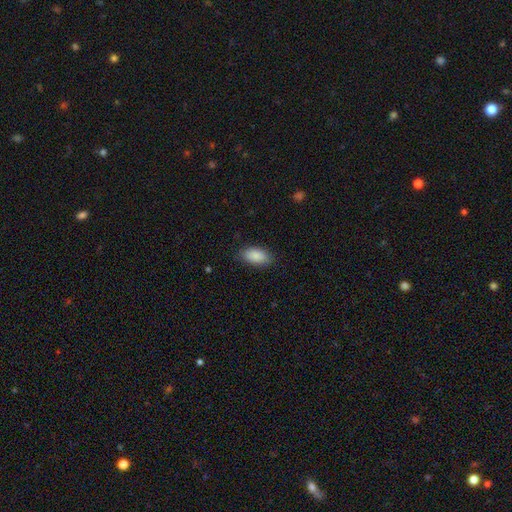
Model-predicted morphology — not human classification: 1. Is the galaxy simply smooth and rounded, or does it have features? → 89% smooth, 7% star or artifact, 5% featured or disk.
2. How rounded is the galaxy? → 93% in between, 4% cigar-shaped, 3% round.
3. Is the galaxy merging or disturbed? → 85% none, 12% minor disturbance, 3% major disturbance, 1% merger.